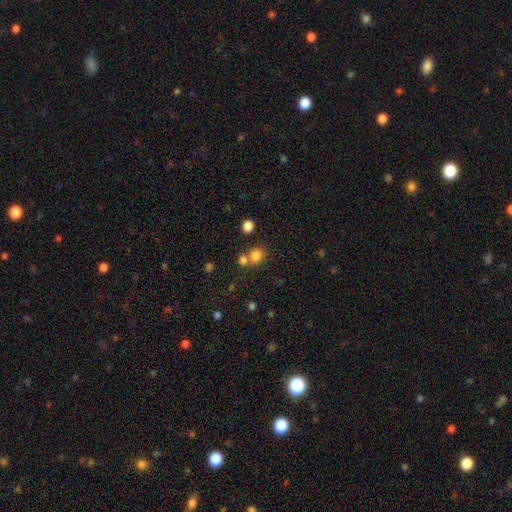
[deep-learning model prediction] smooth 80%, star or artifact 14%, featured or disk 6%. Down the decision tree: how rounded — round (78%); merging — none (56%).